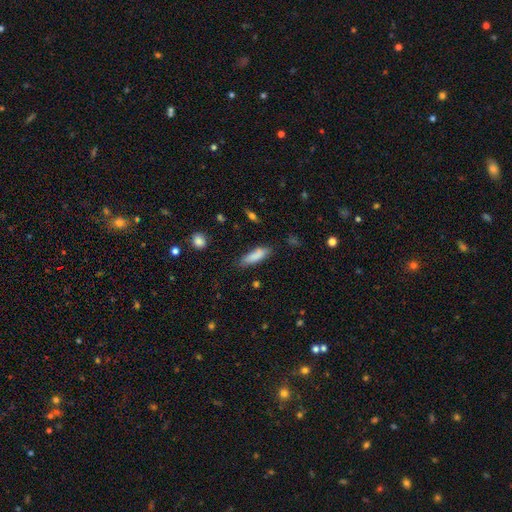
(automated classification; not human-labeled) Q: Smooth or featured?
A: smooth (85%); runner-up: featured or disk (9%)
Q: How rounded?
A: cigar-shaped (52%); runner-up: in between (46%)
Q: Merging?
A: none (75%); runner-up: minor disturbance (19%)